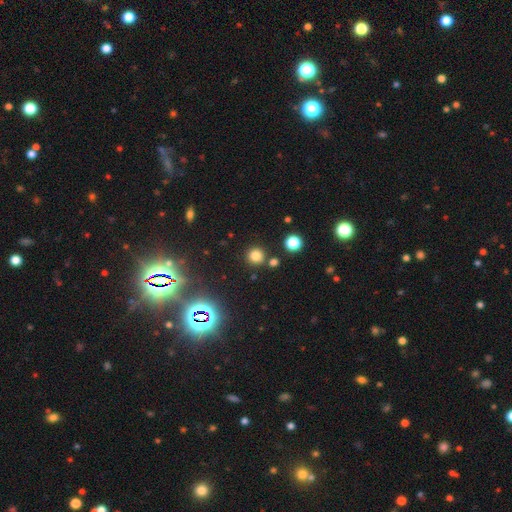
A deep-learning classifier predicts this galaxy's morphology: smooth-or-featured: smooth: 76% | star or artifact: 18% | featured or disk: 6%
  how-rounded: round: 92% | in between: 7% | cigar-shaped: 1%
  merging: none: 83% | merger: 7% | minor disturbance: 7% | major disturbance: 3%